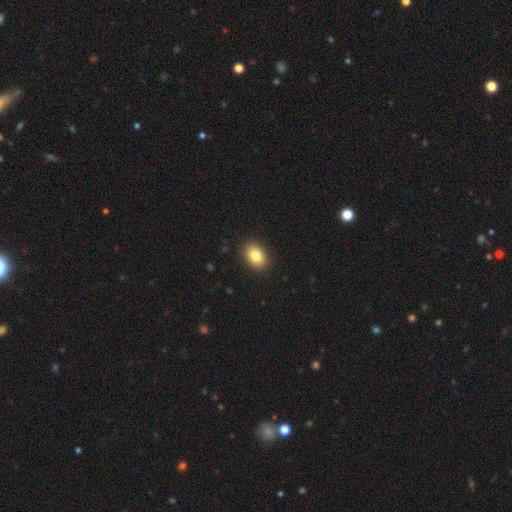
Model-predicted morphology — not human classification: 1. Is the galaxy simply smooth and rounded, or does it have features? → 83% smooth, 9% star or artifact, 8% featured or disk.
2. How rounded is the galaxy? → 72% in between, 27% round, 1% cigar-shaped.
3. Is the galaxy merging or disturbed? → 90% none, 7% minor disturbance, 2% major disturbance, 1% merger.